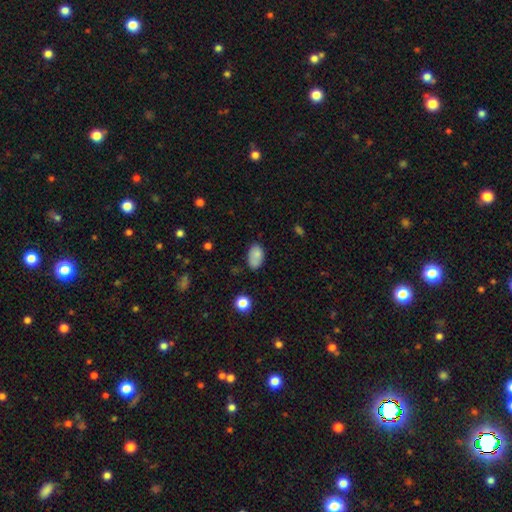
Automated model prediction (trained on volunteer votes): The model was most divided on "merging": none: 62%, minor disturbance: 26%, major disturbance: 6%, merger: 6%. More confident: how rounded — in between (91%); smooth or featured — smooth (82%).